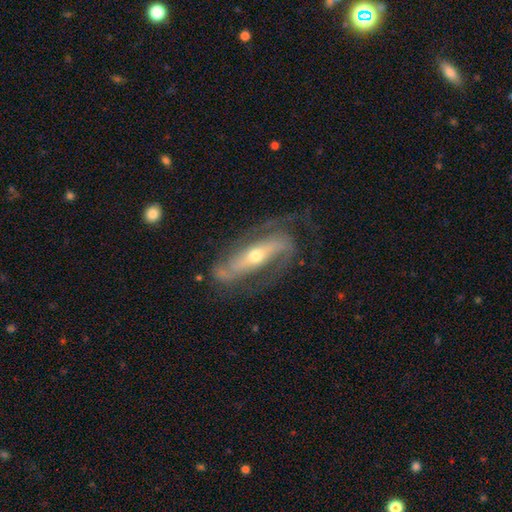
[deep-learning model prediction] Smooth or featured? Predicted: featured or disk (p=0.87). Edge-on disk? Predicted: no (p=0.86). Bar? Predicted: strong (p=0.52). Spiral arms? Predicted: yes (p=0.94). Spiral winding? Predicted: medium (p=0.45). Spiral arm count? Predicted: 2 (p=0.85). Bulge size? Predicted: moderate (p=0.51). Merging? Predicted: none (p=0.67).